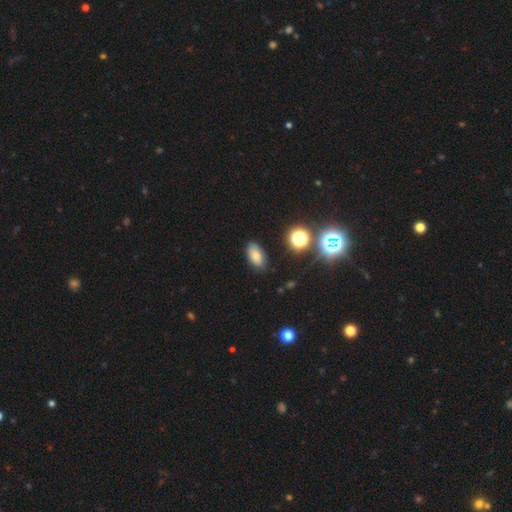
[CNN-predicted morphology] Smooth or featured?
  - smooth: 69% *
  - star or artifact: 17%
  - featured or disk: 14%
How rounded?
  - in between: 91% *
  - round: 7%
  - cigar-shaped: 2%
Merging?
  - none: 82% *
  - minor disturbance: 13%
  - major disturbance: 3%
  - merger: 2%